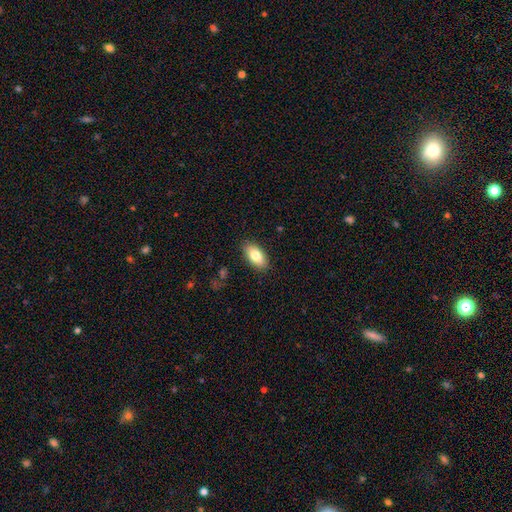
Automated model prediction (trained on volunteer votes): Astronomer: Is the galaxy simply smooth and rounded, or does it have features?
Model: smooth — 81%.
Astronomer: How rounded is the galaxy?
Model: in between — 91%.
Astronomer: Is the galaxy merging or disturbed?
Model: none — 87%.